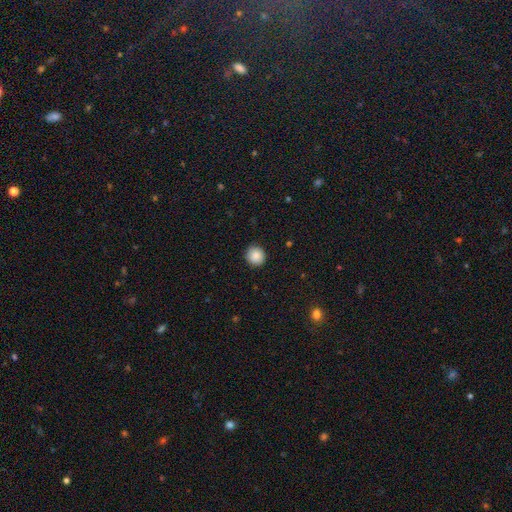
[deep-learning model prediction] Smooth or featured: smooth — 88% (star or artifact — 9%)
How rounded: round — 93% (in between — 6%)
Merging: none — 92% (minor disturbance — 6%)